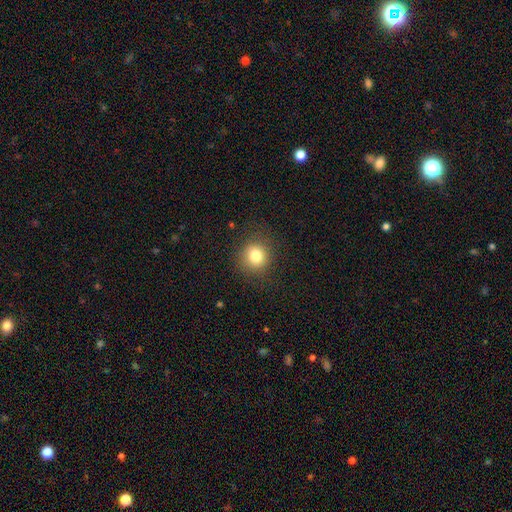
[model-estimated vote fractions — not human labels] A smooth galaxy with no disk features (80%) that is round (89%).

Vote fractions:
- Smooth or featured? smooth: 80% / star or artifact: 12% / featured or disk: 8%
- How rounded? round: 89% / in between: 10% / cigar-shaped: 1%
- Merging? none: 87% / minor disturbance: 8% / major disturbance: 3% / merger: 1%